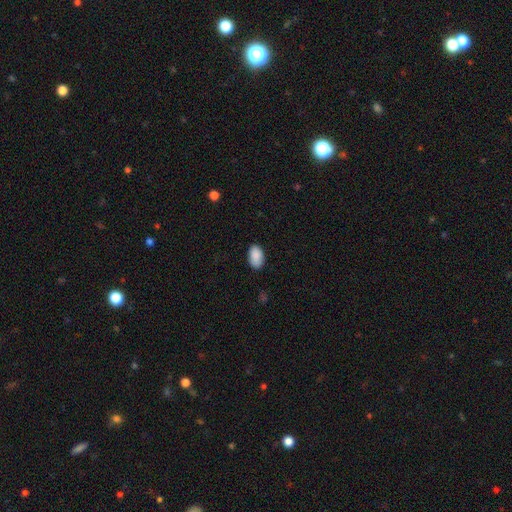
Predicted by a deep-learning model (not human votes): Q: Smooth or featured?
A: smooth (89%); runner-up: star or artifact (7%)
Q: How rounded?
A: in between (92%); runner-up: round (7%)
Q: Merging?
A: none (84%); runner-up: minor disturbance (13%)